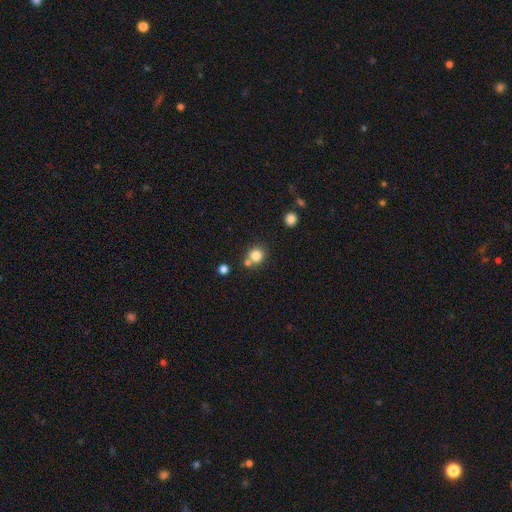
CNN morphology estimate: The model was most divided on "merging": none: 65%, merger: 24%, minor disturbance: 8%, major disturbance: 3%. More confident: how rounded — round (88%); smooth or featured — smooth (81%).